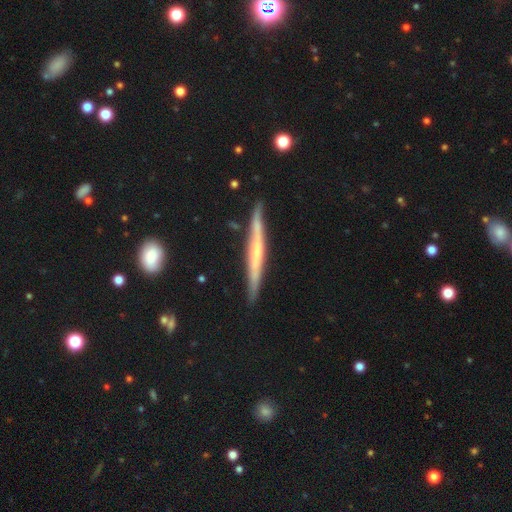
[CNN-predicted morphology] Smooth or featured: featured or disk — 56% (smooth — 39%)
Edge-on disk: yes — 94% (no — 6%)
Edge-on bulge: none — 60% (rounded — 25%)
Merging: none — 84% (minor disturbance — 12%)